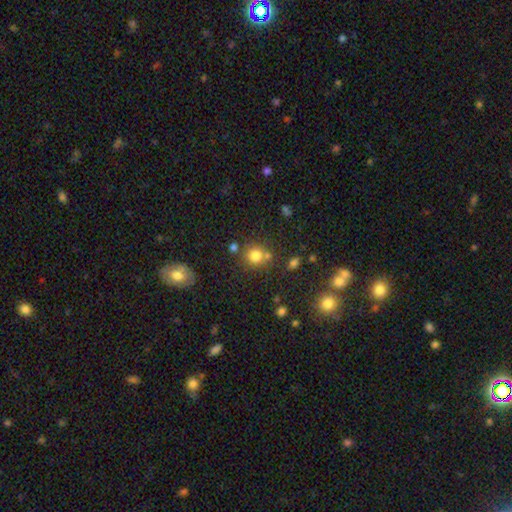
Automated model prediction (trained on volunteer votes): Overall: smooth (78%). How rounded: round (88%). Merging: none (68%).